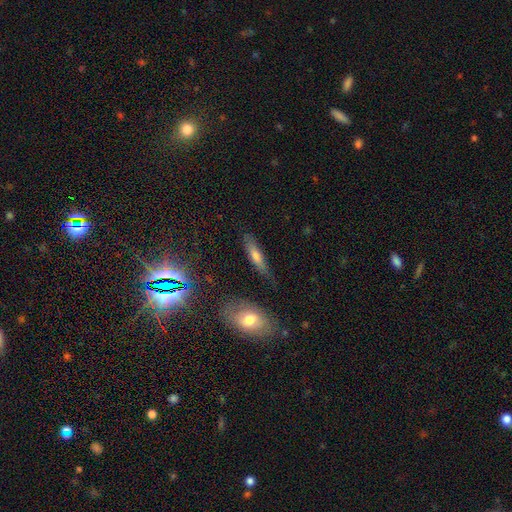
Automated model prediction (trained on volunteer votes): Smooth or featured: smooth — 56% (featured or disk — 30%)
How rounded: cigar-shaped — 71% (in between — 26%)
Merging: none — 74% (minor disturbance — 18%)